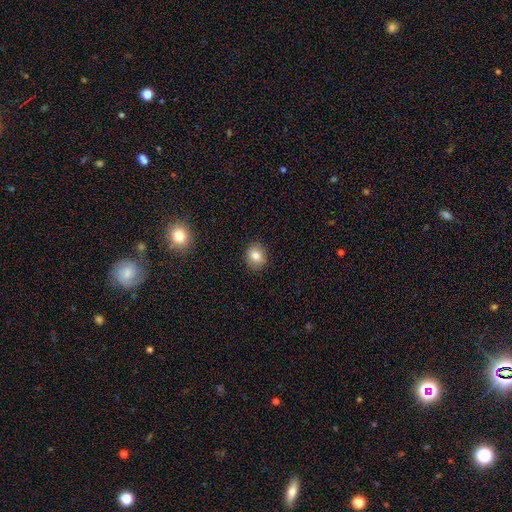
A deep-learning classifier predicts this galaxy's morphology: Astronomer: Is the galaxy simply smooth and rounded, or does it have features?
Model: smooth — 79%.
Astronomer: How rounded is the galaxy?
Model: round — 67%.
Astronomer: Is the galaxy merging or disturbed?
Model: none — 88%.